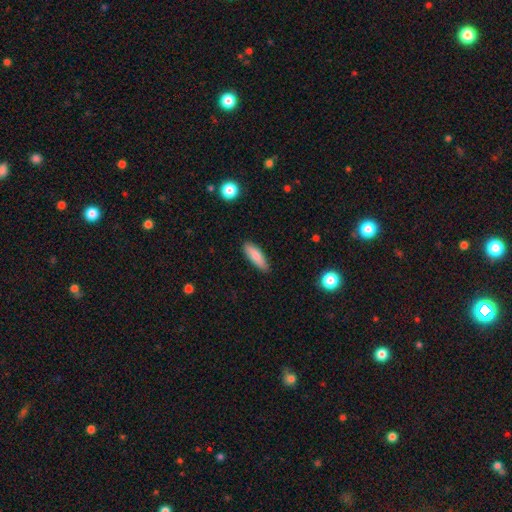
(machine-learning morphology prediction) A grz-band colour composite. It shows a smooth galaxy with no disk features (80%) that is cigar-shaped (52%). Merging: none (84%).